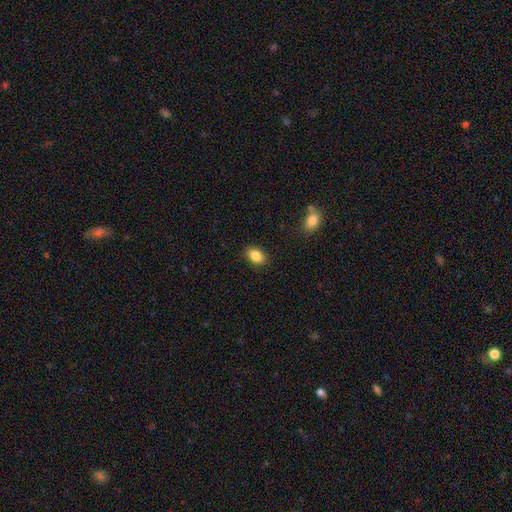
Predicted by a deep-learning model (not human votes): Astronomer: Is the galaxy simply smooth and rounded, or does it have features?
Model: smooth — 86%.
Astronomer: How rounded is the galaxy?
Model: in between — 78%.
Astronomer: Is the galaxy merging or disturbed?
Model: none — 88%.